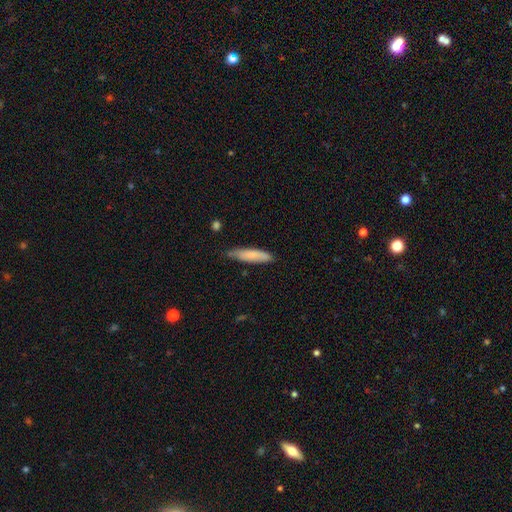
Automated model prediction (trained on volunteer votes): Smooth or featured? smooth (73%)
How rounded? cigar-shaped (81%)
Merging? none (79%)